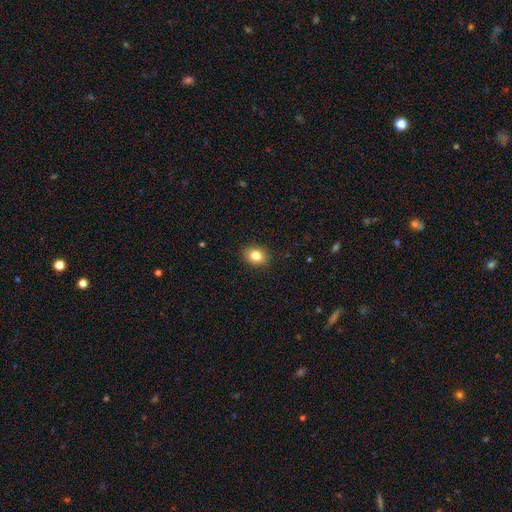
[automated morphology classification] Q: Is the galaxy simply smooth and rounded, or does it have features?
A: smooth — 84%.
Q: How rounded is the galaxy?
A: in between — 55%.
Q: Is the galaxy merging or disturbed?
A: none — 89%.